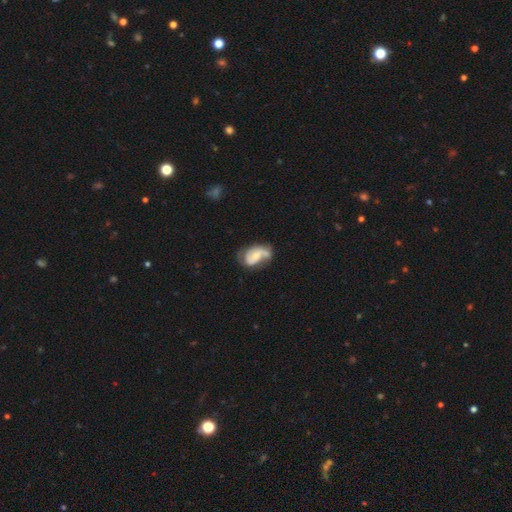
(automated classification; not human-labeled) Smooth or featured?
  - featured or disk: 71% *
  - smooth: 22%
  - star or artifact: 6%
Edge-on disk?
  - no: 97% *
  - yes: 3%
Bar?
  - no: 52% *
  - weak: 36%
  - strong: 12%
Spiral arms?
  - yes: 90% *
  - no: 10%
Spiral winding?
  - medium: 43% *
  - loose: 36%
  - tight: 21%
Spiral arm count?
  - 2: 69% *
  - 1: 19%
  - can't tell: 8%
  - 3: 2%
  - 4: 1%
  - more than 4: 1%
Bulge size?
  - small: 50% *
  - moderate: 36%
  - none: 9%
  - large: 4%
  - dominant: 1%
Merging?
  - none: 48% *
  - minor disturbance: 28%
  - major disturbance: 19%
  - merger: 5%